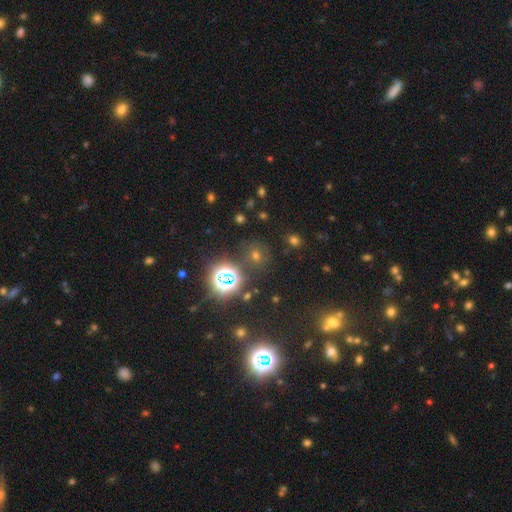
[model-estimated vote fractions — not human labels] smooth-or-featured: star or artifact: 51% | smooth: 39% | featured or disk: 10%